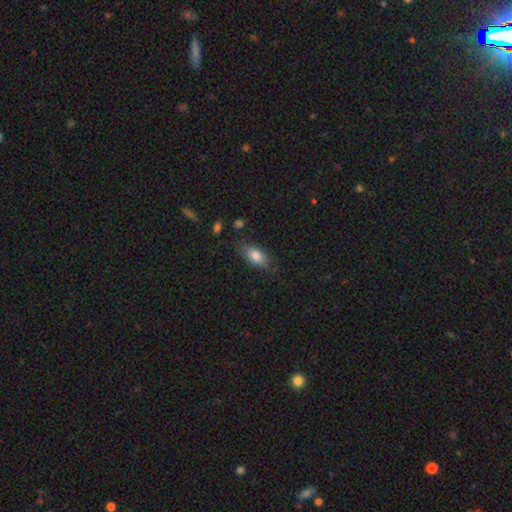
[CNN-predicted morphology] Smooth or featured?
  - smooth: 81% *
  - featured or disk: 11%
  - star or artifact: 8%
How rounded?
  - in between: 88% *
  - cigar-shaped: 7%
  - round: 5%
Merging?
  - none: 76% *
  - minor disturbance: 18%
  - major disturbance: 5%
  - merger: 2%